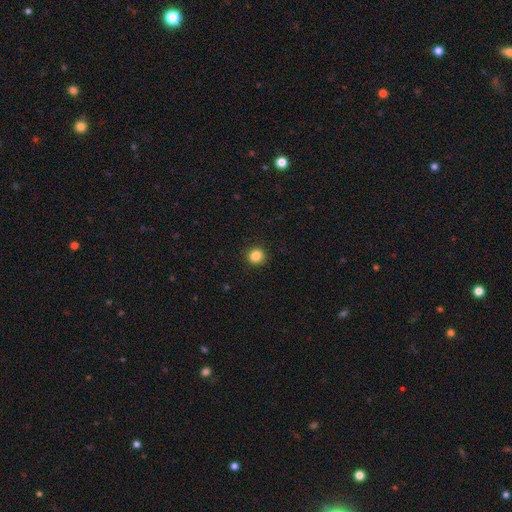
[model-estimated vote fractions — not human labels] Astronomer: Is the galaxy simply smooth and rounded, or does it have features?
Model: smooth — 85%.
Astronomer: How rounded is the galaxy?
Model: round — 91%.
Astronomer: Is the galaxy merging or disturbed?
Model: none — 92%.